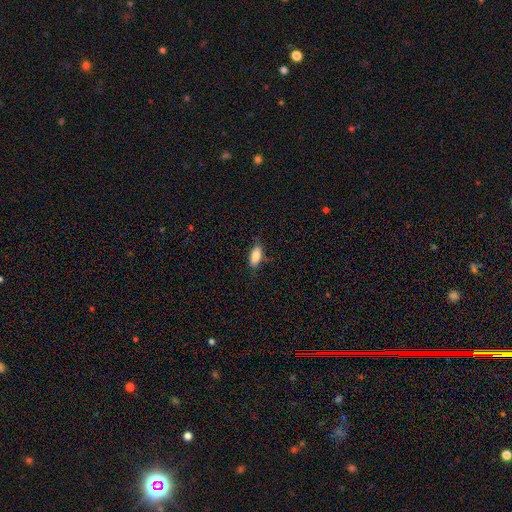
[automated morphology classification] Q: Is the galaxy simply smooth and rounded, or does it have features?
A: smooth — 86%.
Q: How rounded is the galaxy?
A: in between — 84%.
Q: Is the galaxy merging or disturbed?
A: none — 81%.